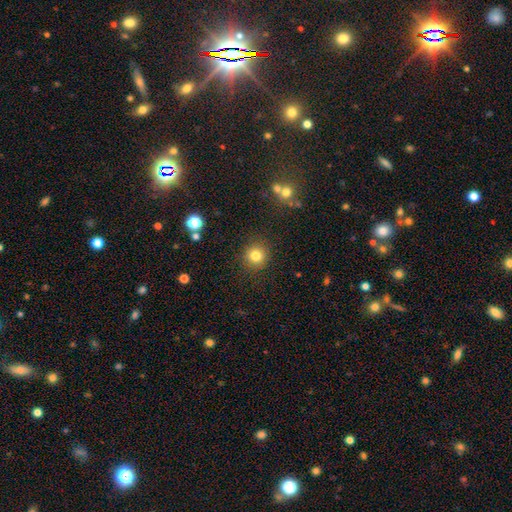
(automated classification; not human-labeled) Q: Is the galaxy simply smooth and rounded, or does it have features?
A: smooth — 81%.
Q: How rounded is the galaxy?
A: round — 91%.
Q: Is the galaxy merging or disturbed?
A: none — 89%.